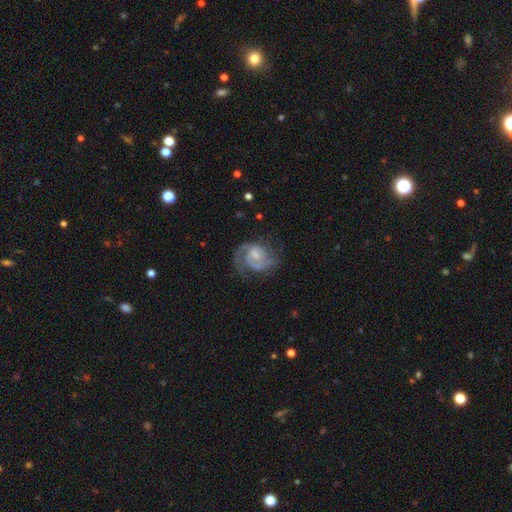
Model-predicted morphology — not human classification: Smooth or featured? Predicted: featured or disk (p=0.86). Edge-on disk? Predicted: no (p=0.98). Bar? Predicted: weak (p=0.55). Spiral arms? Predicted: yes (p=0.96). Spiral winding? Predicted: medium (p=0.48). Spiral arm count? Predicted: 2 (p=0.77). Bulge size? Predicted: small (p=0.41). Merging? Predicted: none (p=0.67).